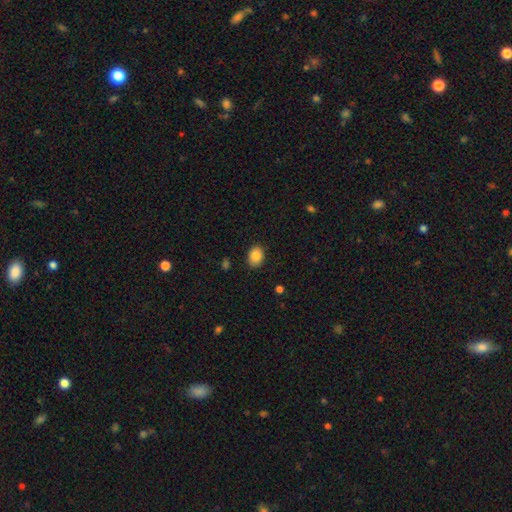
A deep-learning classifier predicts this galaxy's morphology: Smooth or featured? Predicted: smooth (p=0.87). How rounded? Predicted: in between (p=0.67). Merging? Predicted: none (p=0.87).